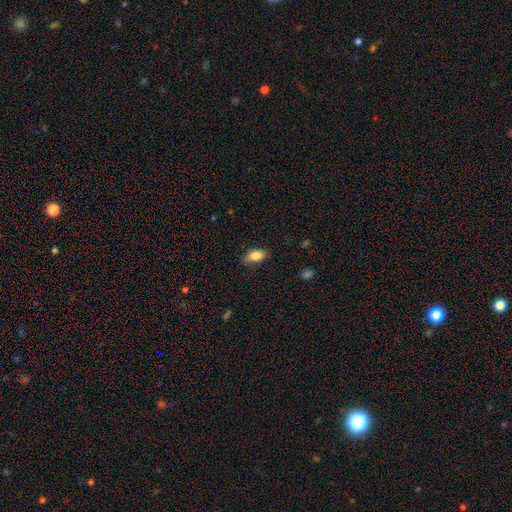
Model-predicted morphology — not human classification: A smooth galaxy with no disk features (83%) that is in between round and cigar-shaped (88%).

Vote fractions:
- Smooth or featured? smooth: 83% / featured or disk: 10% / star or artifact: 7%
- How rounded? in between: 88% / cigar-shaped: 7% / round: 5%
- Merging? none: 79% / minor disturbance: 17% / major disturbance: 3% / merger: 1%